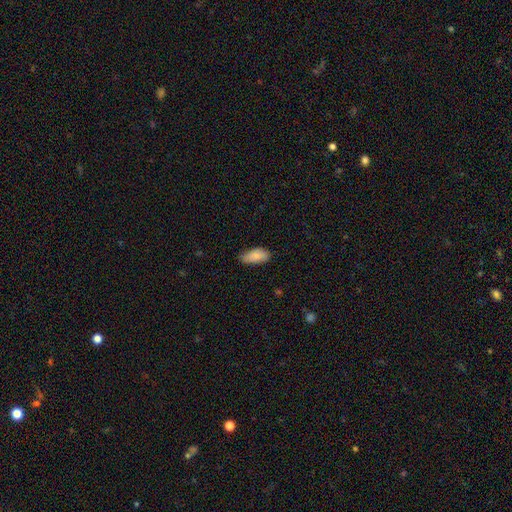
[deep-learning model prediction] smooth 85%, featured or disk 9%, star or artifact 7%. Down the decision tree: how rounded — in between (91%); merging — none (63%).